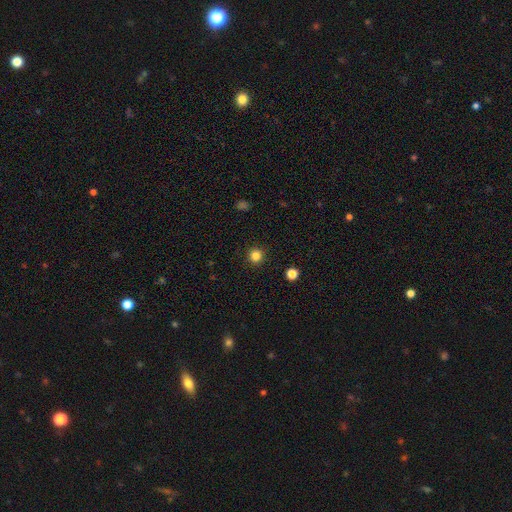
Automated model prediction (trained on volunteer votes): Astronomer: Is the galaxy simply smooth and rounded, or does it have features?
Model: smooth — 83%.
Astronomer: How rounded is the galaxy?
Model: round — 95%.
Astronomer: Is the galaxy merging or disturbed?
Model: none — 92%.